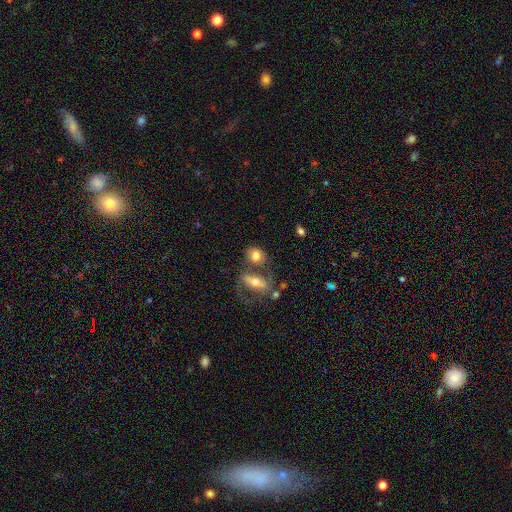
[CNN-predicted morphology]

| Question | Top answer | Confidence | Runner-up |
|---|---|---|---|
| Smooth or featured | smooth | 68% | featured or disk (23%) |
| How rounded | in between | 53% | round (42%) |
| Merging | none | 48% | merger (34%) |